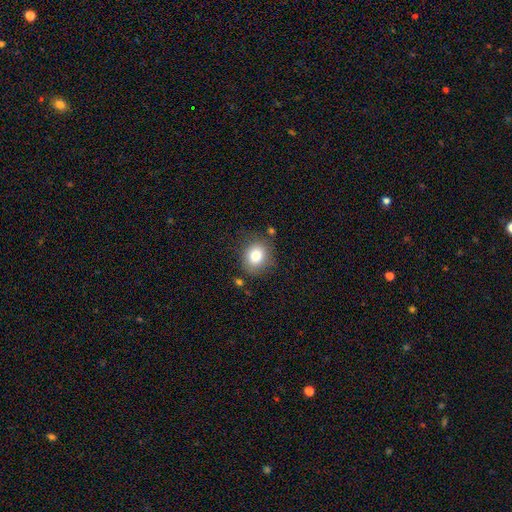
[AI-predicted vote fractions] Q: Smooth or featured?
A: smooth (82%); runner-up: star or artifact (9%)
Q: How rounded?
A: round (62%); runner-up: in between (37%)
Q: Merging?
A: none (78%); runner-up: minor disturbance (14%)